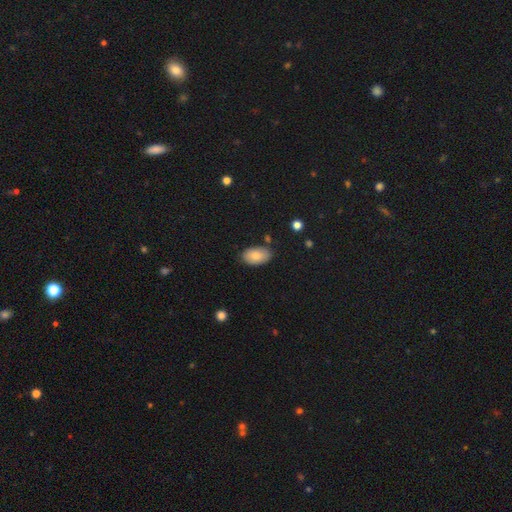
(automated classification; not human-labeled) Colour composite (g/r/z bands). It shows a smooth galaxy with no disk features (80%) that is in between round and cigar-shaped (93%). Merging: none (82%).